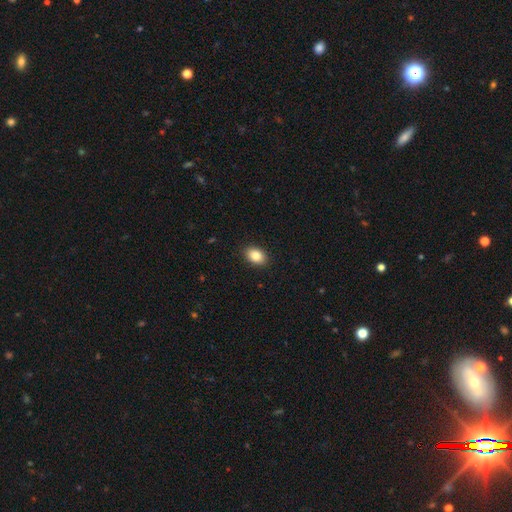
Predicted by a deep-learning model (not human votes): A smooth galaxy with no disk features (86%) that is in between round and cigar-shaped (82%).

Vote fractions:
- Smooth or featured? smooth: 86% / star or artifact: 8% / featured or disk: 6%
- How rounded? in between: 82% / round: 16% / cigar-shaped: 1%
- Merging? none: 90% / minor disturbance: 7% / major disturbance: 2% / merger: 1%